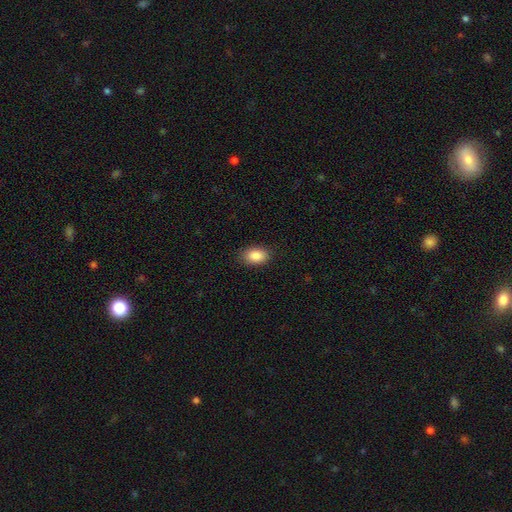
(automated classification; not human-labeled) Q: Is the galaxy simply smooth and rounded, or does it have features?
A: smooth — 89%.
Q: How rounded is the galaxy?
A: in between — 90%.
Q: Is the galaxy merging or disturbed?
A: none — 87%.